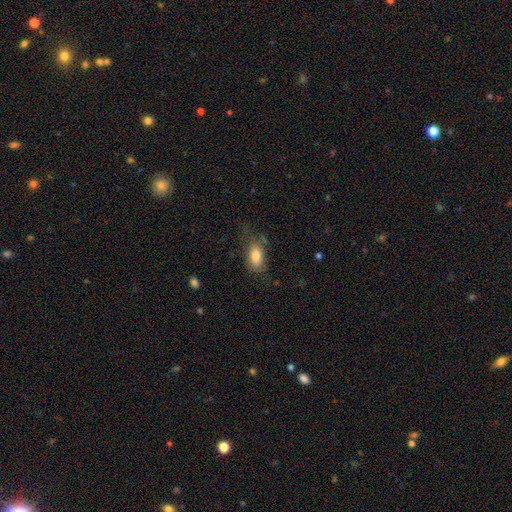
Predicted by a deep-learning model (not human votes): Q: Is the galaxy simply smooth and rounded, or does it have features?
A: smooth — 79%.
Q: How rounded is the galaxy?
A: in between — 90%.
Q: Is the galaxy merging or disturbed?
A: none — 61%.